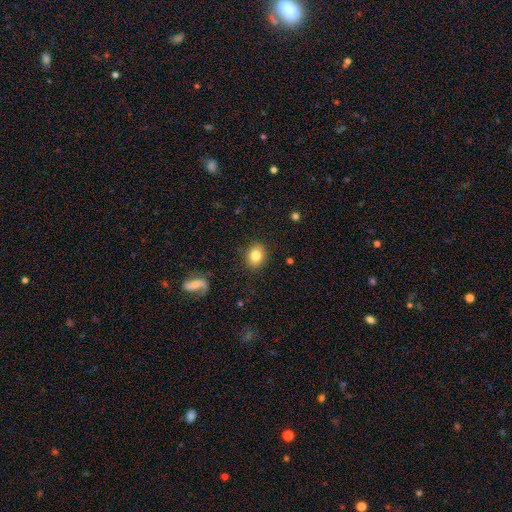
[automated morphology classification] smooth-or-featured: smooth: 80% | featured or disk: 10% | star or artifact: 9%
  how-rounded: round: 55% | in between: 44% | cigar-shaped: 1%
  merging: none: 88% | minor disturbance: 8% | major disturbance: 3% | merger: 1%